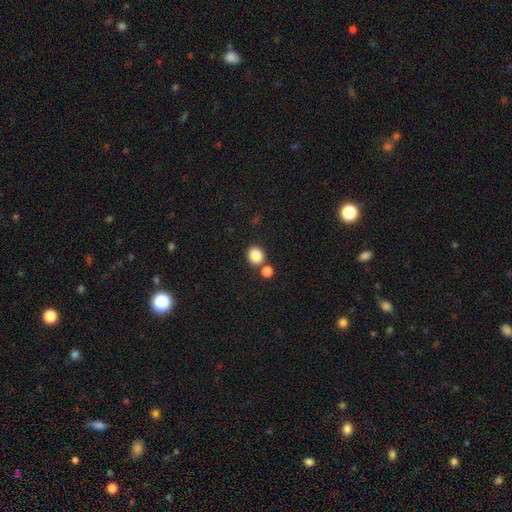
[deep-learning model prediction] This is clearly a smooth galaxy (85%). How rounded: likely round (80%). Merging: likely none (73%).